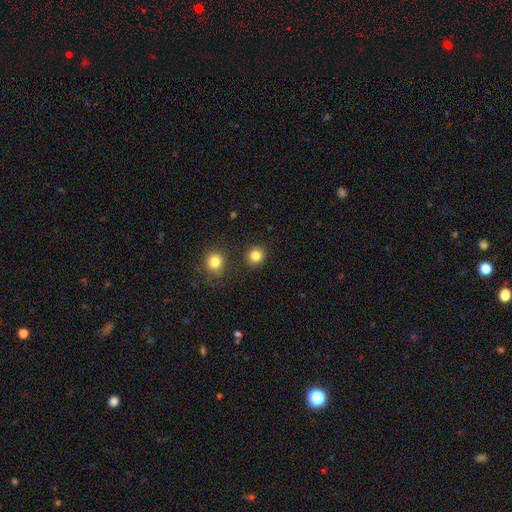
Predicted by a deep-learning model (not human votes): smooth-or-featured: smooth: 84% | star or artifact: 12% | featured or disk: 5%
  how-rounded: round: 89% | in between: 10% | cigar-shaped: 1%
  merging: none: 88% | minor disturbance: 6% | merger: 3% | major disturbance: 2%